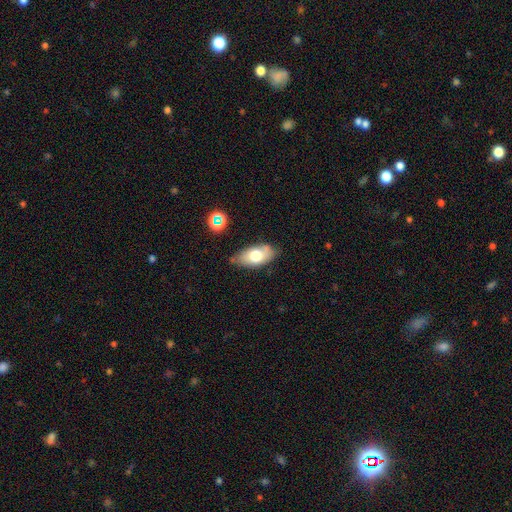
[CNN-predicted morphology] smooth_or_featured: smooth (p=0.70) [alt: featured or disk p=0.22]
how_rounded: in between (p=0.91) [alt: round p=0.05]
merging: none (p=0.69) [alt: minor disturbance p=0.22]